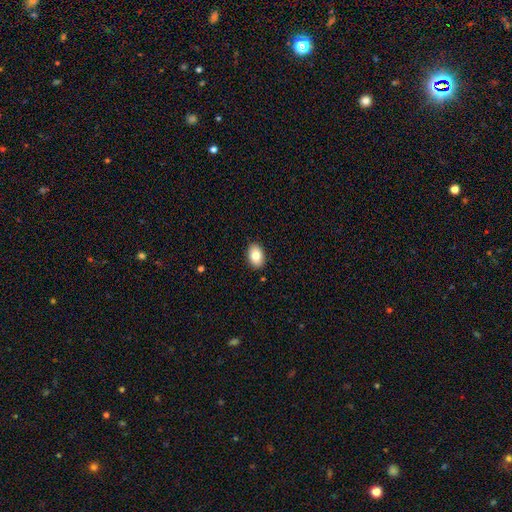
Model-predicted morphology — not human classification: This is clearly a smooth galaxy (82%). How rounded: clearly in between (85%). Merging: clearly none (89%).